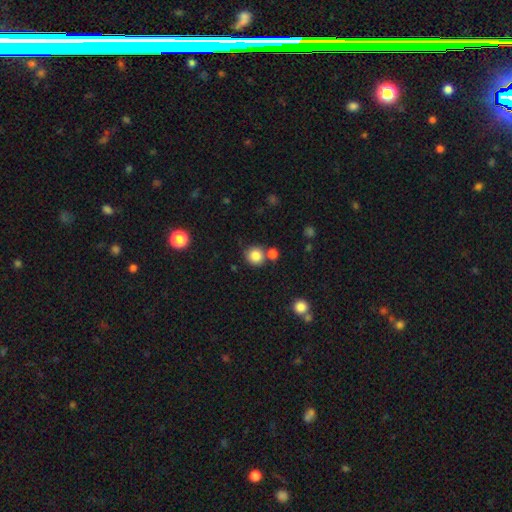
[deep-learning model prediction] This appears to be a smooth galaxy with no disk features (84%) that is round (90%). Merging: none (71%).